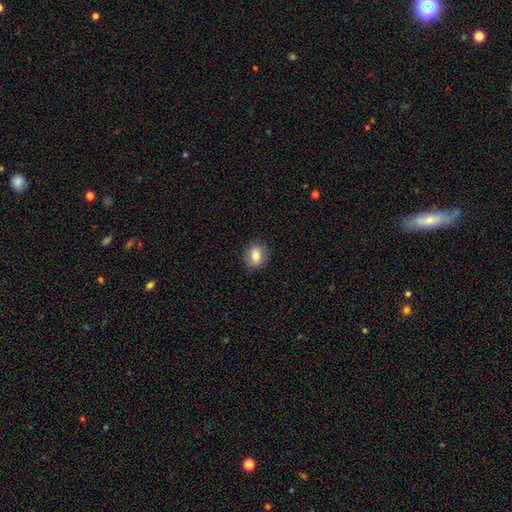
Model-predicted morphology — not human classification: Q: Smooth or featured?
A: smooth (80%); runner-up: featured or disk (12%)
Q: How rounded?
A: in between (52%); runner-up: round (46%)
Q: Merging?
A: none (86%); runner-up: minor disturbance (10%)